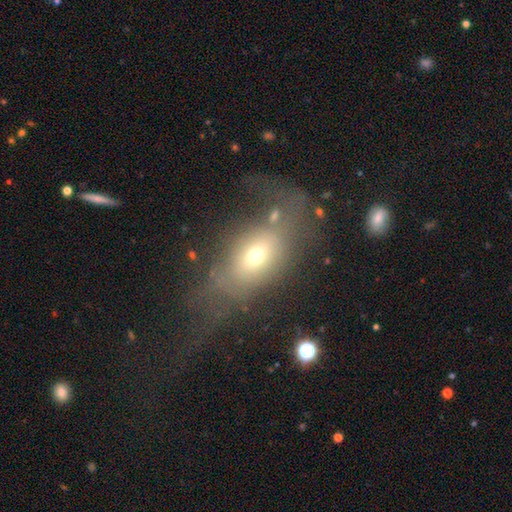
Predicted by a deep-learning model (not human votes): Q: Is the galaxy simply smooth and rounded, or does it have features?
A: smooth — 54%.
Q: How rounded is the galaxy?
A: in between — 75%.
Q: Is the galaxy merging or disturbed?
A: major disturbance — 45%.